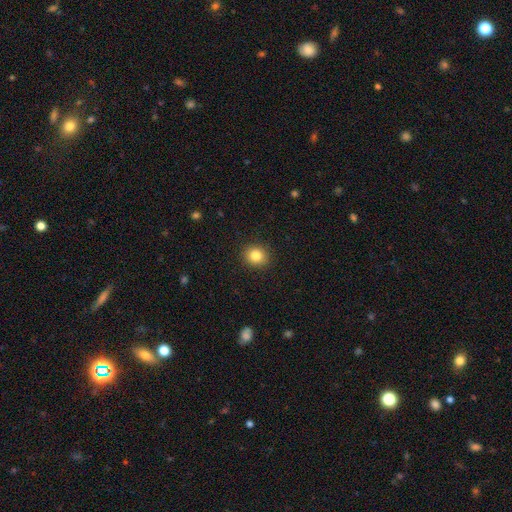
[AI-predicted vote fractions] smooth_or_featured: smooth (p=0.84) [alt: star or artifact p=0.10]
how_rounded: round (p=0.79) [alt: in between p=0.20]
merging: none (p=0.91) [alt: minor disturbance p=0.06]